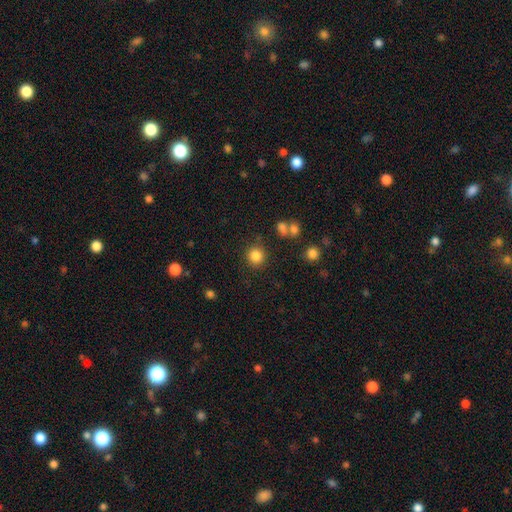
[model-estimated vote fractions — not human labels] smooth-or-featured: smooth: 84% | star or artifact: 11% | featured or disk: 5%
  how-rounded: round: 92% | in between: 7% | cigar-shaped: 1%
  merging: none: 86% | minor disturbance: 7% | merger: 3% | major disturbance: 3%